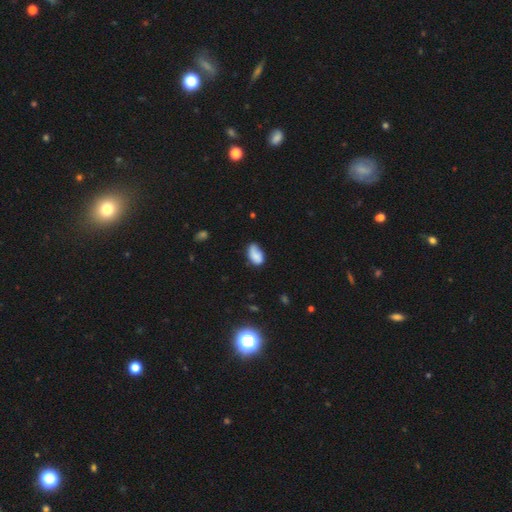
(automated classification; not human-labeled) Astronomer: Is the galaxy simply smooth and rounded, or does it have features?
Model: smooth — 79%.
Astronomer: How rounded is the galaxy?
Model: in between — 92%.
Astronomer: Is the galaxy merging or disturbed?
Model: none — 51% (runner-up: minor disturbance, 35%).